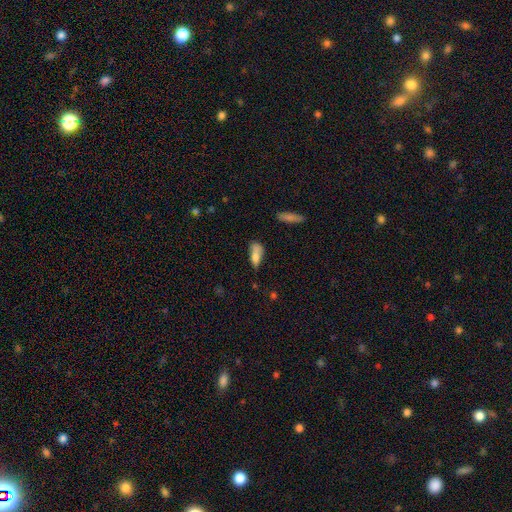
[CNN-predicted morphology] Smooth or featured? smooth (75%)
How rounded? in between (68%)
Merging? none (38%)